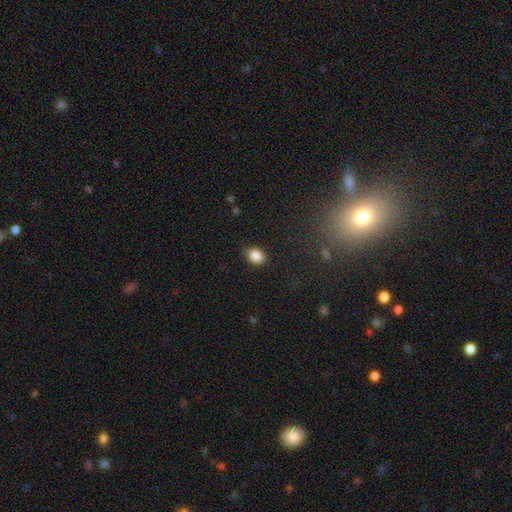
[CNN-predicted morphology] Smooth or featured?
  - smooth: 87% *
  - star or artifact: 9%
  - featured or disk: 4%
How rounded?
  - in between: 57% *
  - round: 42%
  - cigar-shaped: 1%
Merging?
  - none: 85% *
  - minor disturbance: 11%
  - major disturbance: 3%
  - merger: 1%